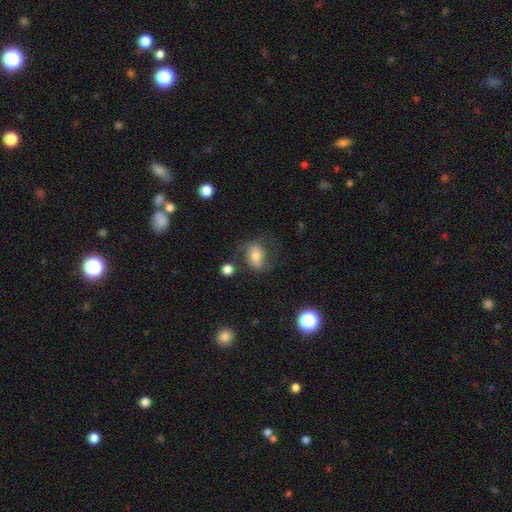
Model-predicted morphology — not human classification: smooth-or-featured: featured or disk: 47% | smooth: 44% | star or artifact: 9%
  merging: none: 57% | minor disturbance: 21% | major disturbance: 17% | merger: 5%